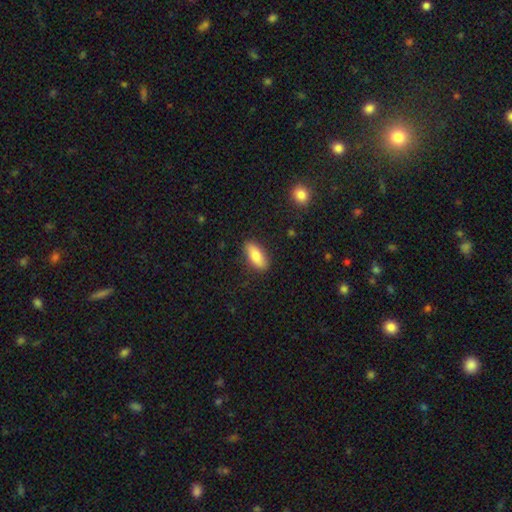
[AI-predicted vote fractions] This appears to be a smooth galaxy with no disk features (81%) that is in between round and cigar-shaped (82%). Merging: none (84%).